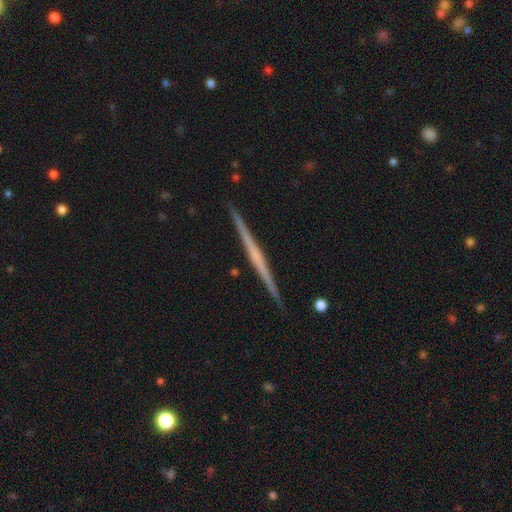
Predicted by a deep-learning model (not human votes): The model was most divided on "edge-on bulge": none: 69%, rounded: 22%, boxy: 9%. More confident: edge-on disk — yes (99%); merging — none (92%); smooth or featured — featured or disk (74%).